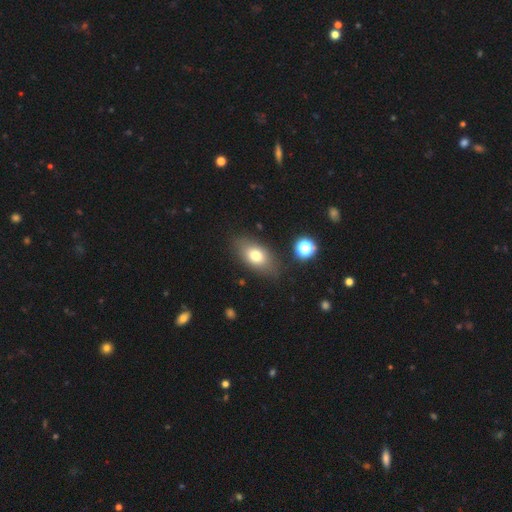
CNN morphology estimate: Smooth or featured? smooth (74%)
How rounded? in between (86%)
Merging? none (81%)